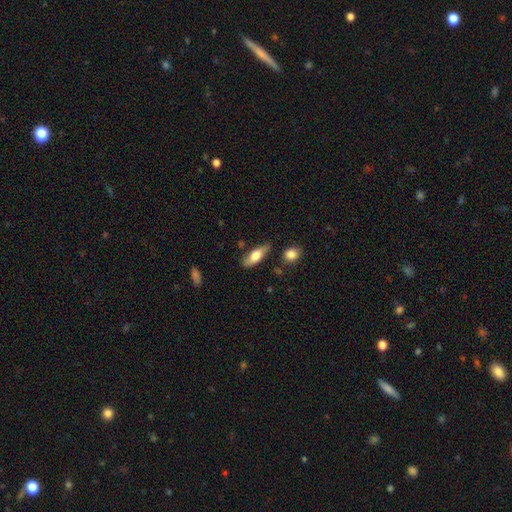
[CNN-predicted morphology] This appears to be a smooth galaxy with no disk features (67%) that is in between round and cigar-shaped (67%). Merging: none (74%).